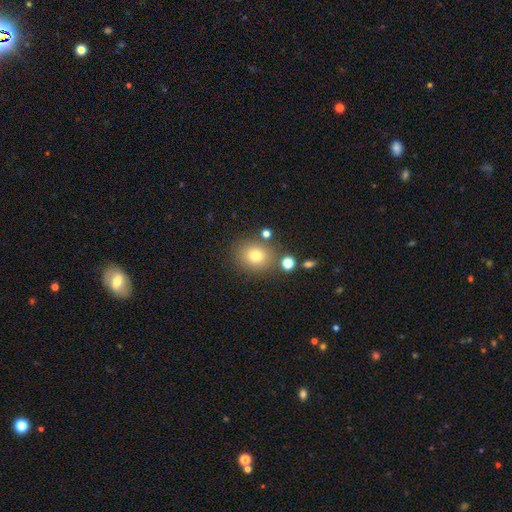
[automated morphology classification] This is likely a smooth galaxy (76%). How rounded: likely round (70%). Merging: likely none (79%).